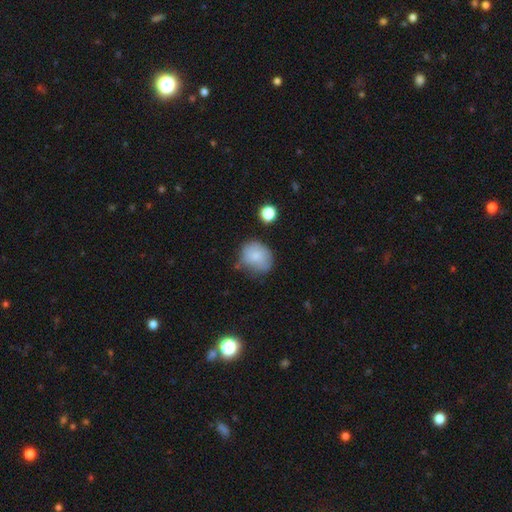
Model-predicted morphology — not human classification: This appears to be a smooth galaxy with no disk features (79%) that is round (61%). Merging: none (53%).